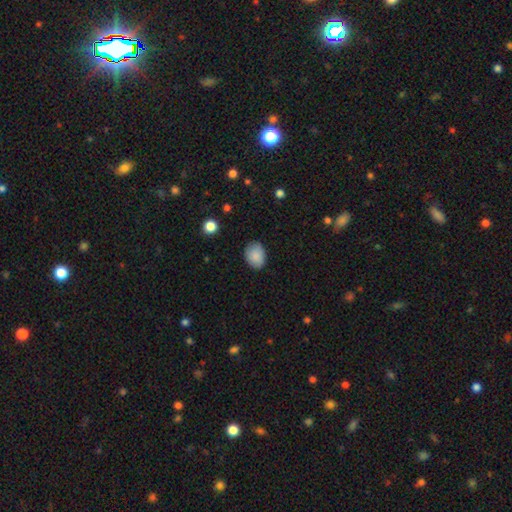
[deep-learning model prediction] Smooth or featured? Predicted: smooth (p=0.88). How rounded? Predicted: in between (p=0.64). Merging? Predicted: none (p=0.81).